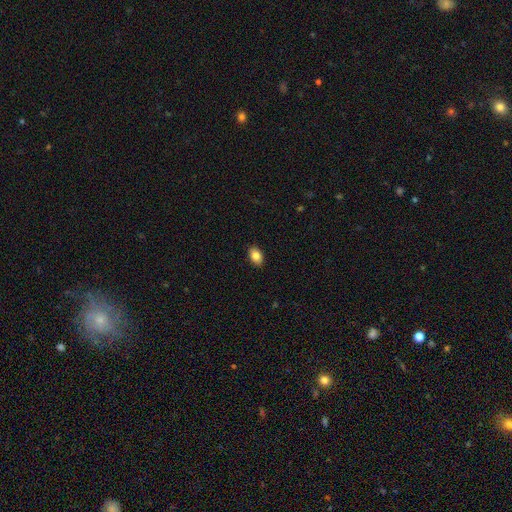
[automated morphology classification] smooth-or-featured: smooth: 85% | star or artifact: 8% | featured or disk: 7%
  how-rounded: in between: 87% | round: 12% | cigar-shaped: 1%
  merging: none: 89% | minor disturbance: 8% | major disturbance: 2% | merger: 1%